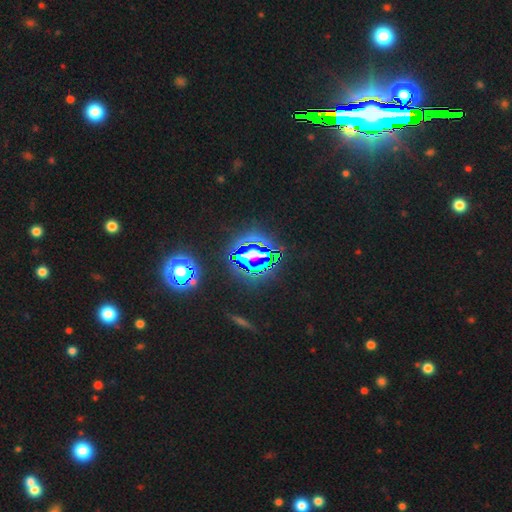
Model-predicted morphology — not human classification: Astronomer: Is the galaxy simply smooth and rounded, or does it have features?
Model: star or artifact — 74%.